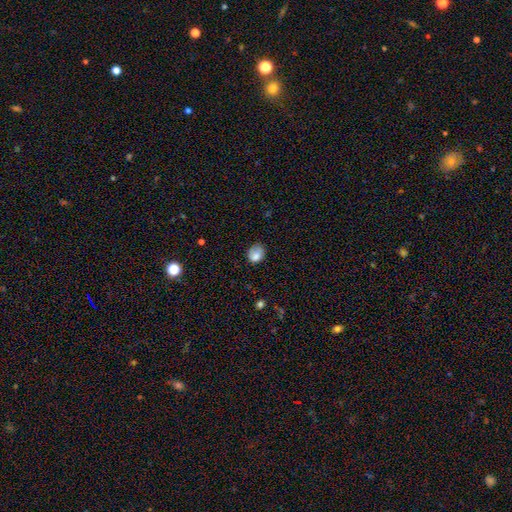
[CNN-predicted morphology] A smooth galaxy with no disk features (78%) that is in between round and cigar-shaped (50%). Merging: none (54%).